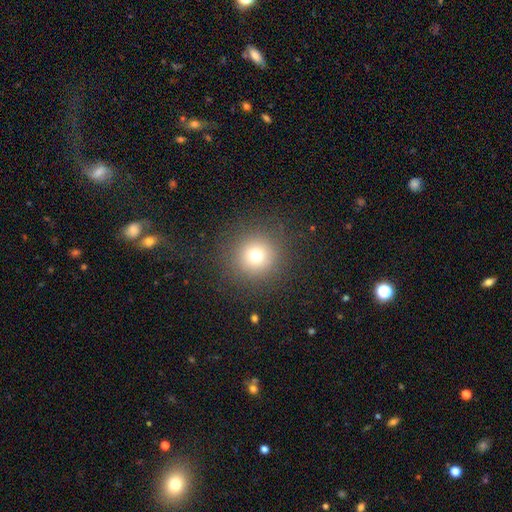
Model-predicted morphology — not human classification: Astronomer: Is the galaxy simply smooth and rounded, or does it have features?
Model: smooth — 72%.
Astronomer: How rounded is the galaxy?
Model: round — 95%.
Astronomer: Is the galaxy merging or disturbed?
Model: none — 88%.